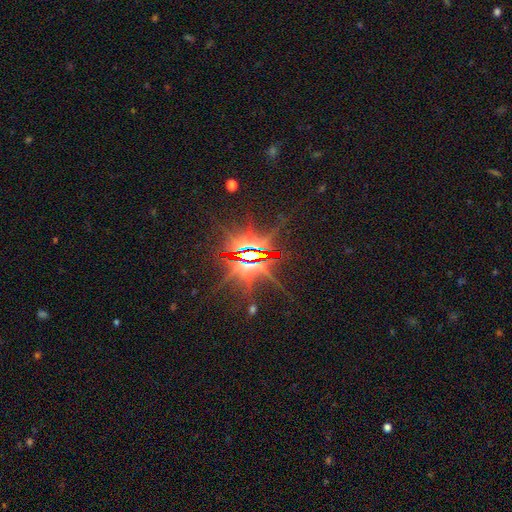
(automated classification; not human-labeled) A star or artifact, not a galaxy (81%).